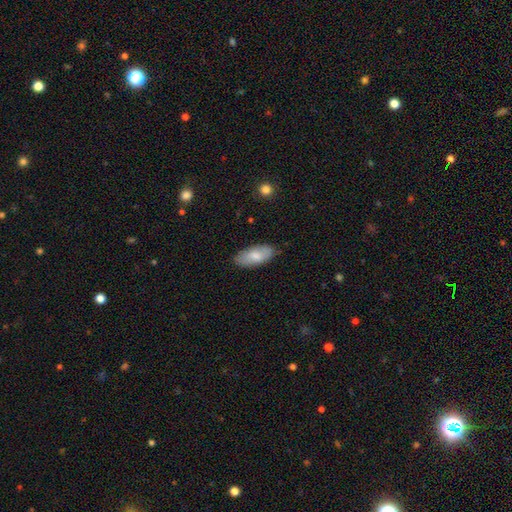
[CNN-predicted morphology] type=smooth (77%); roundness=in between (90%); merging=none (81%).